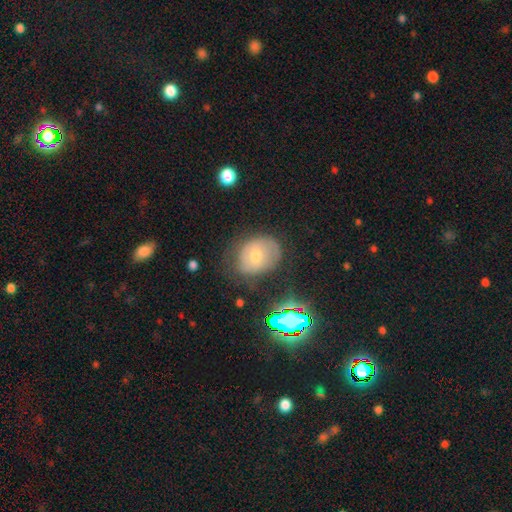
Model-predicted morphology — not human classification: type=smooth (47%); merging=none (62%).